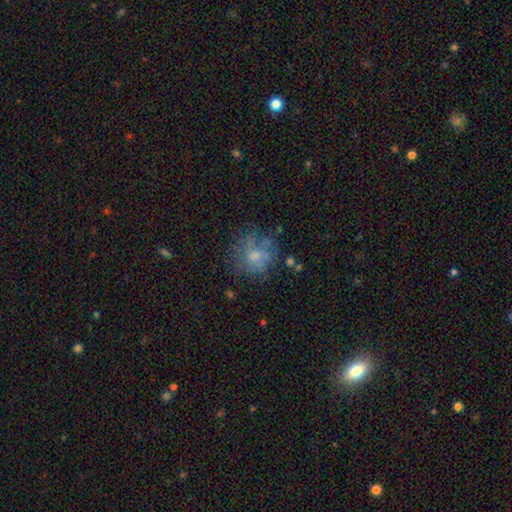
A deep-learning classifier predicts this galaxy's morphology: Smooth or featured?
  - smooth: 49% *
  - featured or disk: 38%
  - star or artifact: 13%
Merging?
  - none: 55% *
  - minor disturbance: 21%
  - major disturbance: 19%
  - merger: 5%